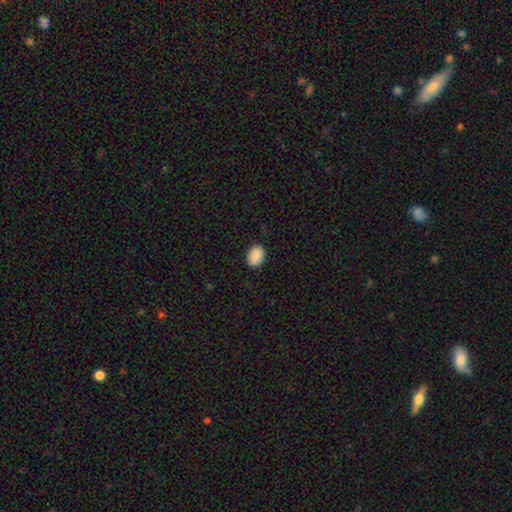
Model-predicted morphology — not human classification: A smooth galaxy with no disk features (90%) that is in between round and cigar-shaped (79%). Merging: none (88%).